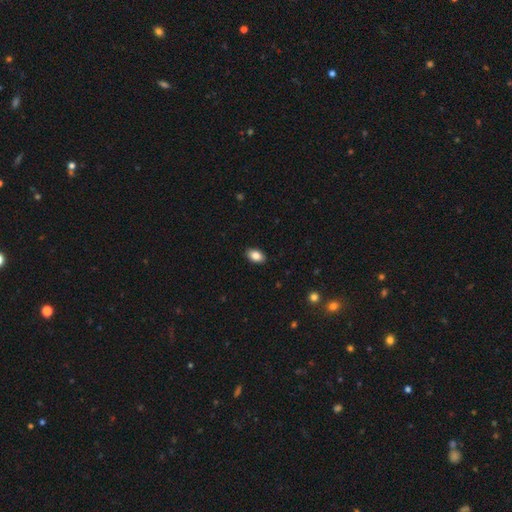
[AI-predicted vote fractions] Smooth or featured?
  - smooth: 85% *
  - star or artifact: 8%
  - featured or disk: 7%
How rounded?
  - in between: 89% *
  - round: 10%
  - cigar-shaped: 1%
Merging?
  - none: 90% *
  - minor disturbance: 7%
  - major disturbance: 2%
  - merger: 1%